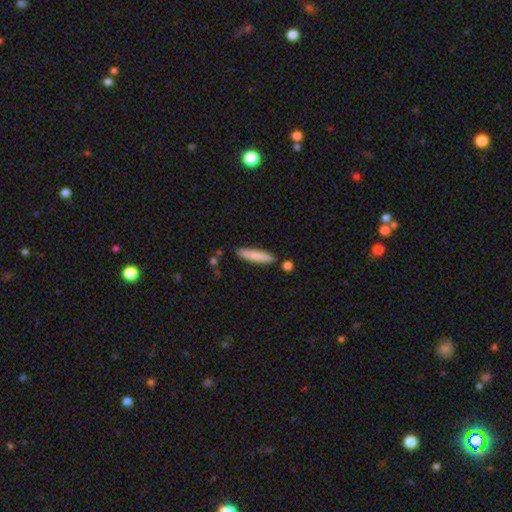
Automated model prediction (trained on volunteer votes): smooth-or-featured: smooth: 80% | featured or disk: 15% | star or artifact: 6%
  how-rounded: cigar-shaped: 87% | in between: 11% | round: 1%
  merging: none: 83% | minor disturbance: 11% | merger: 4% | major disturbance: 2%